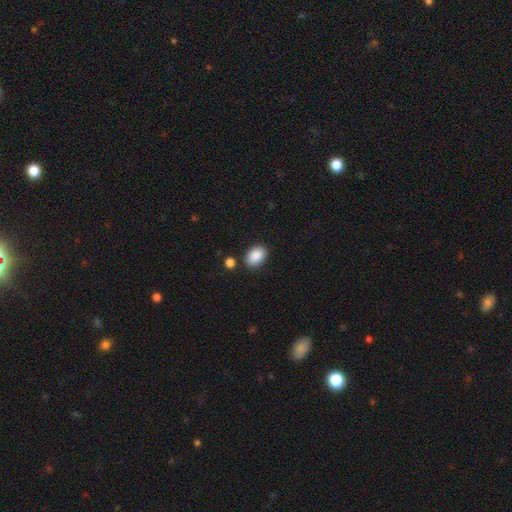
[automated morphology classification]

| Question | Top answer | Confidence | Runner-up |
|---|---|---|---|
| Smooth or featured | smooth | 90% | star or artifact (7%) |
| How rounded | in between | 88% | round (11%) |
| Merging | none | 84% | minor disturbance (10%) |